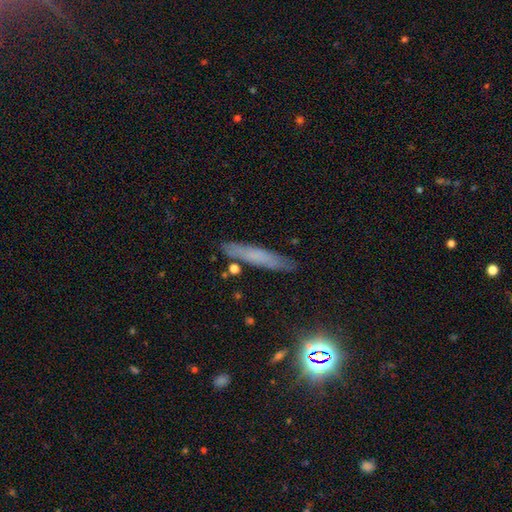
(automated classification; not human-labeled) The model was most divided on "smooth or featured": smooth: 57%, featured or disk: 28%, star or artifact: 14%. More confident: how rounded — cigar-shaped (89%); merging — none (83%).